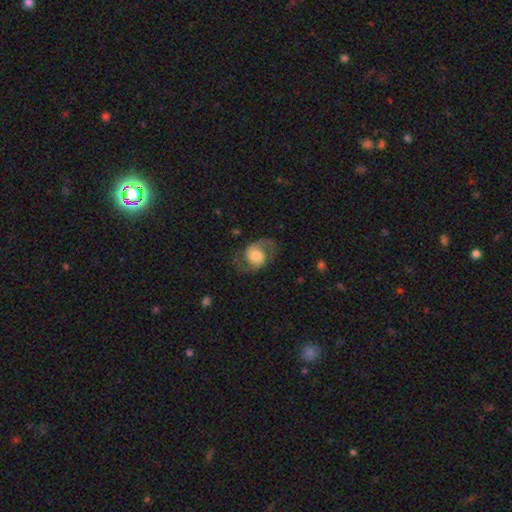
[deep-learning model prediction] This is clearly a featured or disk galaxy (84%). It is clearly not viewed edge-on (98%). Bar: possibly no (60%). Spiral arm pattern: clearly yes (95%). Spiral arm count: clearly 2 (93%). Spiral winding: possibly medium (56%). Central bulge: possibly moderate (49%). Merging: likely none (77%).